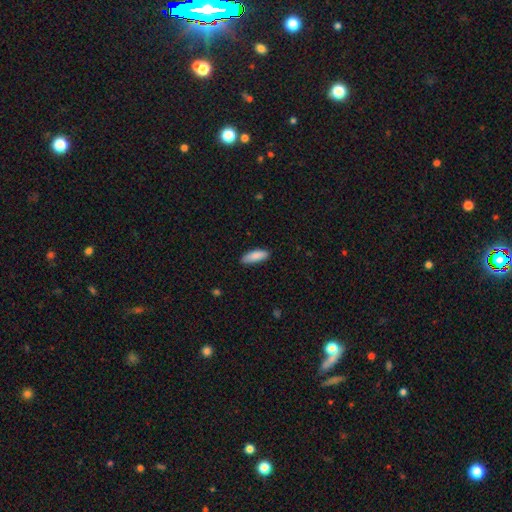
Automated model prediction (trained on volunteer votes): Smooth or featured: smooth — 87% (featured or disk — 7%)
How rounded: in between — 63% (cigar-shaped — 35%)
Merging: none — 86% (minor disturbance — 11%)